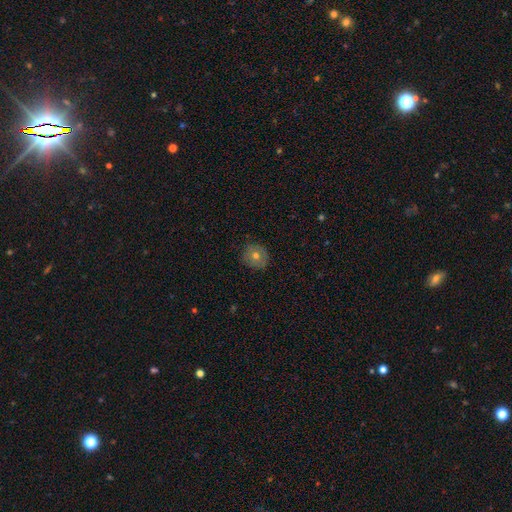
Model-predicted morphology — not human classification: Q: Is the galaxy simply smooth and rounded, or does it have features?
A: smooth — 63%.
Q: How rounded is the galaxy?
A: round — 90%.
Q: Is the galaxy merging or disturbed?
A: none — 85%.